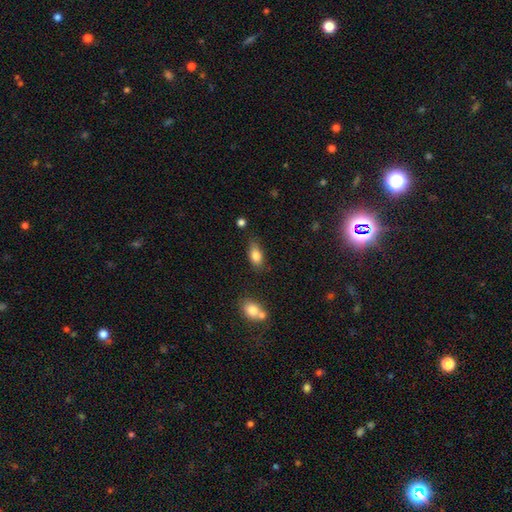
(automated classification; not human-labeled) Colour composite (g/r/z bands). It shows a smooth galaxy with no disk features (81%) that is in between round and cigar-shaped (86%). Merging: none (70%).